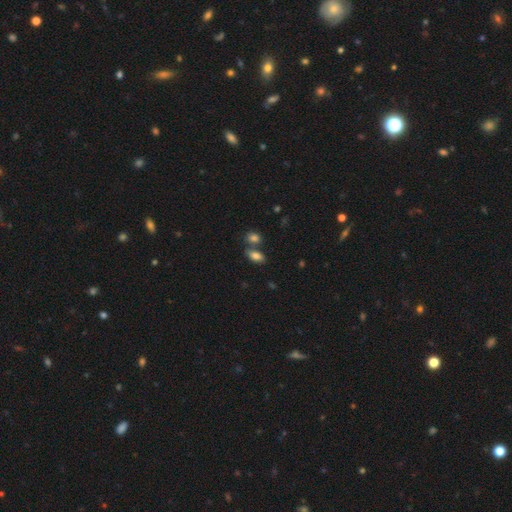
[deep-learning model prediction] Q: Smooth or featured?
A: smooth (80%); runner-up: featured or disk (10%)
Q: How rounded?
A: in between (86%); runner-up: cigar-shaped (8%)
Q: Merging?
A: none (58%); runner-up: merger (27%)